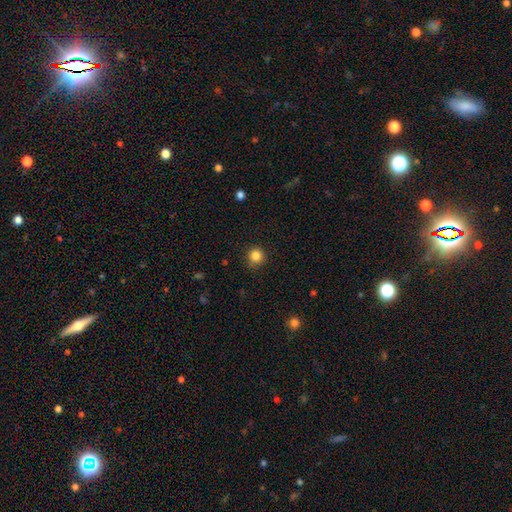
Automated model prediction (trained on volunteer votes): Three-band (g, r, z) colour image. It shows a smooth galaxy with no disk features (84%) that is round (91%). Merging: none (84%).